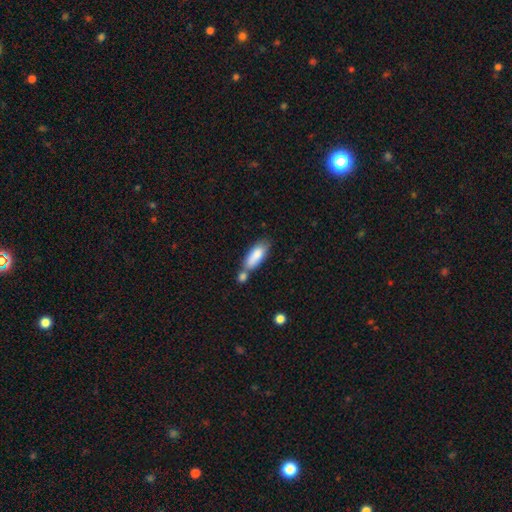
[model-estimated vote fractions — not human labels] smooth_or_featured: smooth (p=0.82) [alt: featured or disk p=0.12]
how_rounded: in between (p=0.73) [alt: cigar-shaped p=0.24]
merging: none (p=0.43) [alt: merger p=0.35]